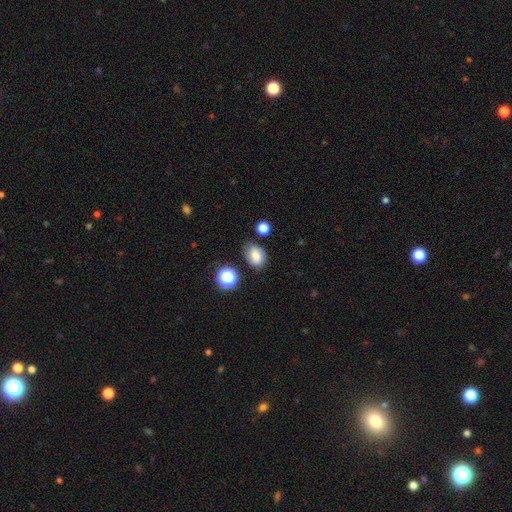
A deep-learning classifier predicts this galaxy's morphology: Q: Smooth or featured?
A: smooth (73%); runner-up: featured or disk (14%)
Q: How rounded?
A: in between (68%); runner-up: round (31%)
Q: Merging?
A: none (72%); runner-up: minor disturbance (19%)